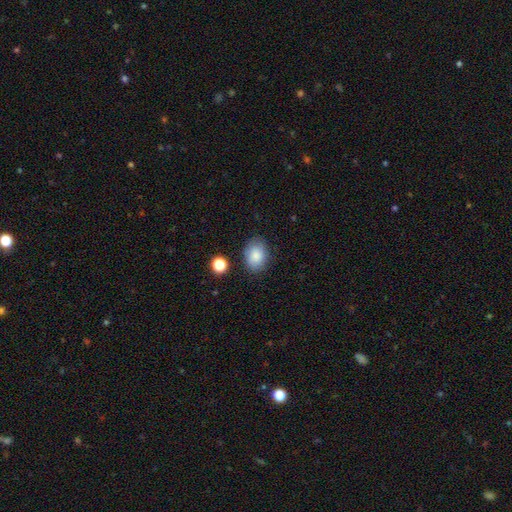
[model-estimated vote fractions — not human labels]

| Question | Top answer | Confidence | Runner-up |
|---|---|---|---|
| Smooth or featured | smooth | 86% | star or artifact (8%) |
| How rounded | in between | 77% | round (22%) |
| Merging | none | 80% | minor disturbance (13%) |